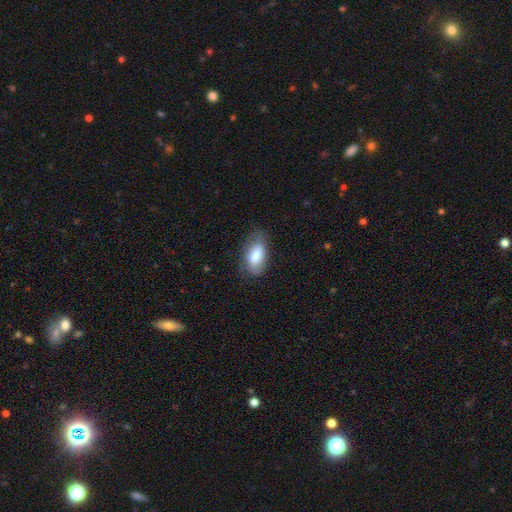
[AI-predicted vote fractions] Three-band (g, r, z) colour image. It shows a smooth galaxy with no disk features (76%) that is in between round and cigar-shaped (91%). Merging: none (70%).